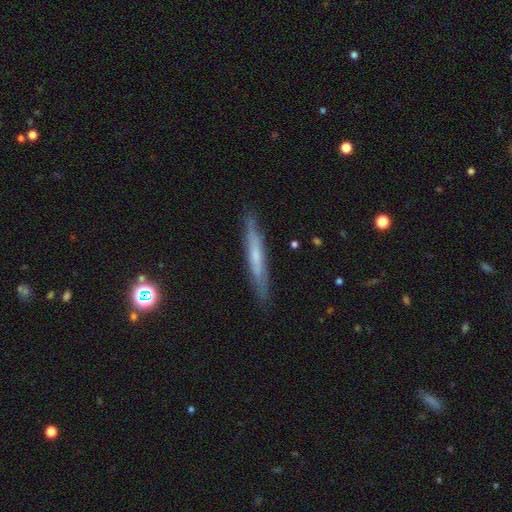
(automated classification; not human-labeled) smooth-or-featured: featured or disk: 48% | smooth: 46% | star or artifact: 7%
  merging: none: 87% | minor disturbance: 10% | major disturbance: 2% | merger: 1%